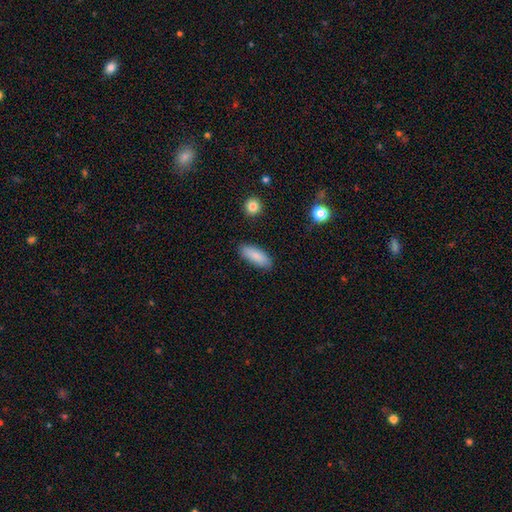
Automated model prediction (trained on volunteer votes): smooth_or_featured: smooth (p=0.86) [alt: featured or disk p=0.08]
how_rounded: in between (p=0.68) [alt: cigar-shaped p=0.30]
merging: none (p=0.86) [alt: minor disturbance p=0.10]